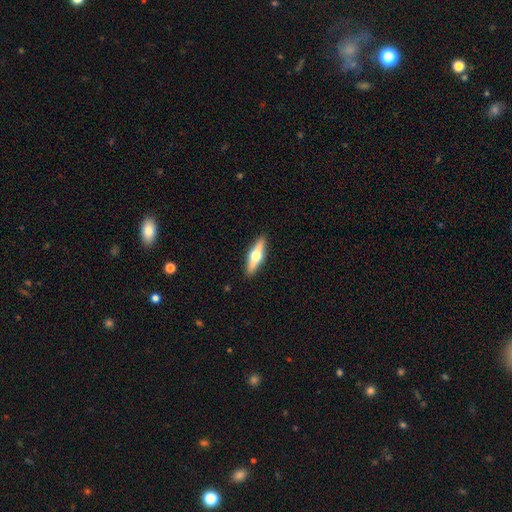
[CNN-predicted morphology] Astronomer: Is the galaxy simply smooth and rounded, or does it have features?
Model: featured or disk — 59% (runner-up: smooth, 36%).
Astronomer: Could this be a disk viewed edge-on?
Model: yes — 95%.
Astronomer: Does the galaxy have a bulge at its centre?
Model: rounded — 96%.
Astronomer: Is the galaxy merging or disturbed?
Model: none — 91%.